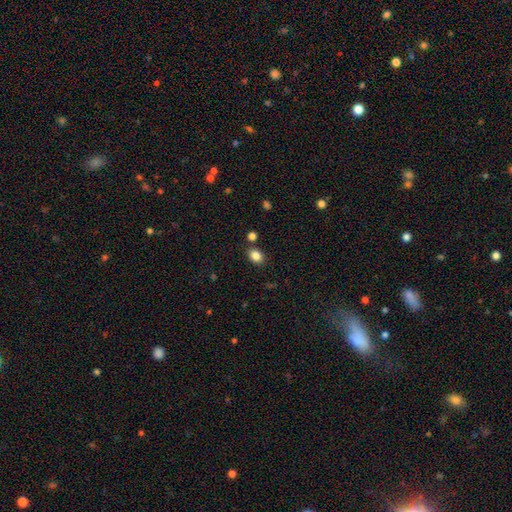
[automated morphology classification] smooth-or-featured: smooth: 85% | star or artifact: 10% | featured or disk: 5%
  how-rounded: in between: 66% | round: 33% | cigar-shaped: 1%
  merging: none: 81% | minor disturbance: 10% | merger: 6% | major disturbance: 3%